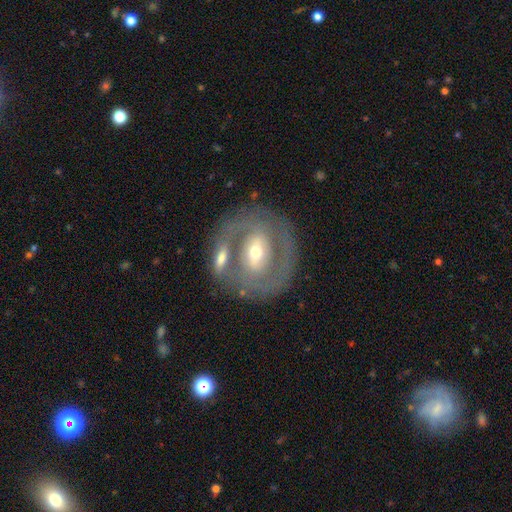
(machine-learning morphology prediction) Smooth or featured? Predicted: featured or disk (p=0.74). Edge-on disk? Predicted: no (p=0.94). Bar? Predicted: weak (p=0.35). Spiral arms? Predicted: yes (p=0.52). Bulge size? Predicted: moderate (p=0.58). Merging? Predicted: none (p=0.66).